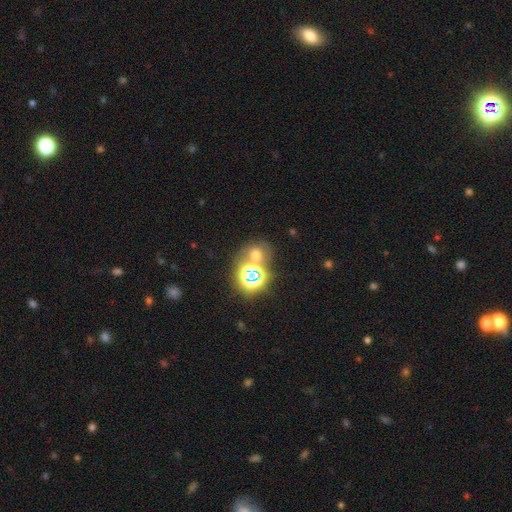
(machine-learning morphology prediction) smooth-or-featured: smooth: 47% | star or artifact: 39% | featured or disk: 14%
  merging: none: 49% | merger: 33% | minor disturbance: 11% | major disturbance: 7%